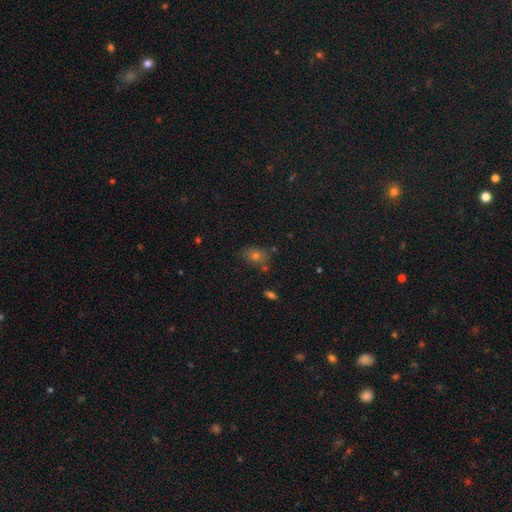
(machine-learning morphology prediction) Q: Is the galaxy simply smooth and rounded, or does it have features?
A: smooth — 63%.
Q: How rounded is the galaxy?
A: in between — 61%.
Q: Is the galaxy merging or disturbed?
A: none — 70%.